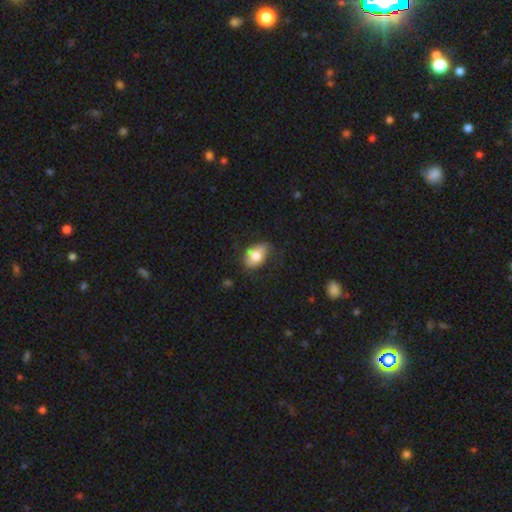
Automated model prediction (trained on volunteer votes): Smooth or featured? Predicted: smooth (p=0.74). How rounded? Predicted: in between (p=0.77). Merging? Predicted: none (p=0.57).